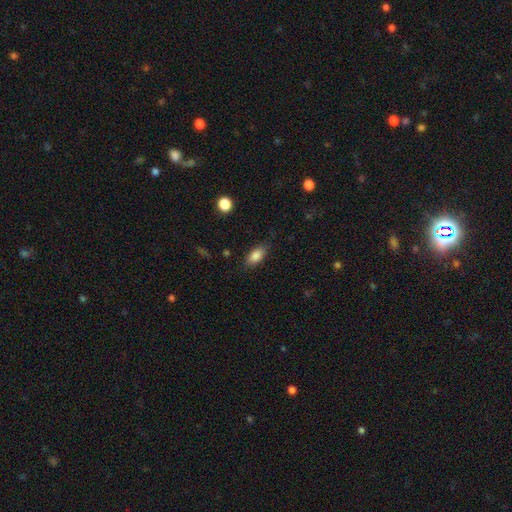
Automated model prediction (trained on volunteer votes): The model was most divided on "merging": none: 81%, minor disturbance: 14%, major disturbance: 4%, merger: 1%. More confident: how rounded — in between (87%); smooth or featured — smooth (85%).